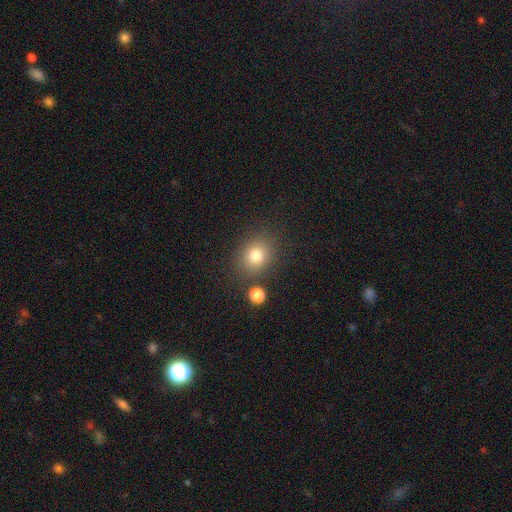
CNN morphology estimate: Smooth or featured? smooth (78%)
How rounded? round (62%)
Merging? none (81%)